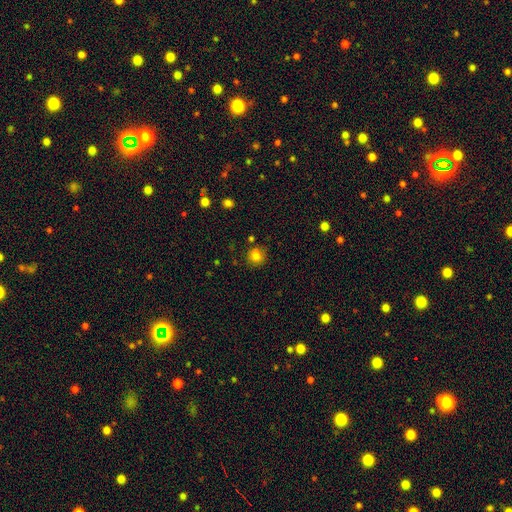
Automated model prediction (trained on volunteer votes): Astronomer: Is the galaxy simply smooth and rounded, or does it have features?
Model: smooth — 80%.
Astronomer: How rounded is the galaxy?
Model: round — 85%.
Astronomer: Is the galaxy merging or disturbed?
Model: none — 75%.